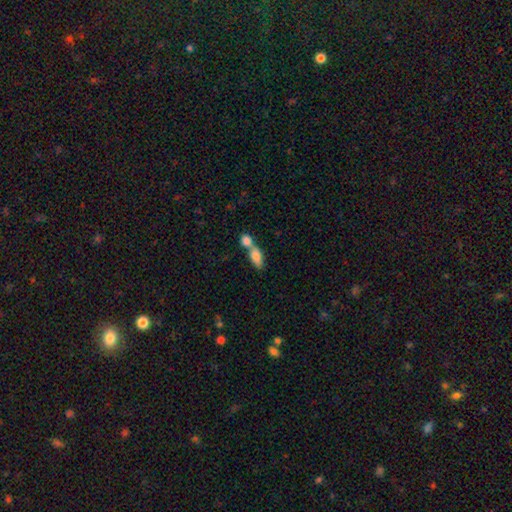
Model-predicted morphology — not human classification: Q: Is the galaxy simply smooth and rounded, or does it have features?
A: smooth — 79%.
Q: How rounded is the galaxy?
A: in between — 78%.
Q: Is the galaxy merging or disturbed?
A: merger — 68%.